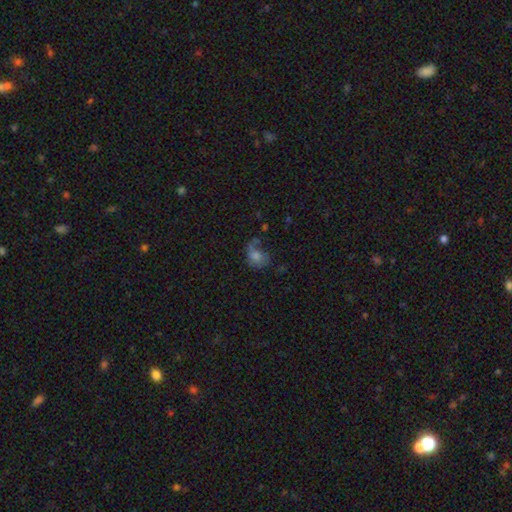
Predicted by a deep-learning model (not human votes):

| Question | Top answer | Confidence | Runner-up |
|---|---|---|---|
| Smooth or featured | smooth | 56% | featured or disk (28%) |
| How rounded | round | 54% | in between (45%) |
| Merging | none | 38% | major disturbance (29%) |